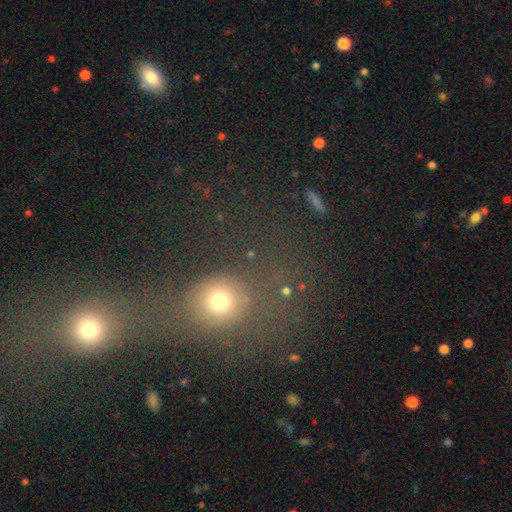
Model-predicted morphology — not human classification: The model was most divided on "smooth or featured": smooth: 53%, star or artifact: 36%, featured or disk: 11%. More confident: how rounded — round (76%); merging — merger (62%).